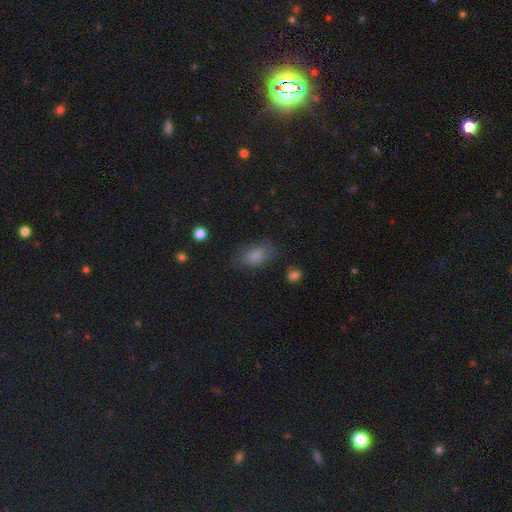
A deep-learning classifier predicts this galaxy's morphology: A smooth galaxy with no disk features (79%) that is in between round and cigar-shaped (88%).

Vote fractions:
- Smooth or featured? smooth: 79% / featured or disk: 11% / star or artifact: 10%
- How rounded? in between: 88% / round: 10% / cigar-shaped: 2%
- Merging? none: 64% / minor disturbance: 23% / major disturbance: 10% / merger: 2%